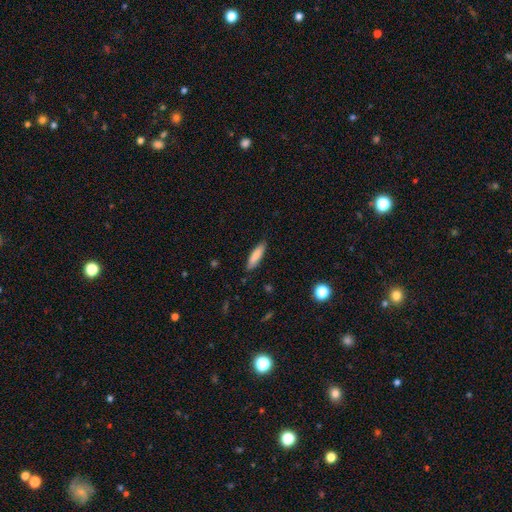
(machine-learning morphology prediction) type=smooth (85%); roundness=cigar-shaped (61%); merging=none (86%).